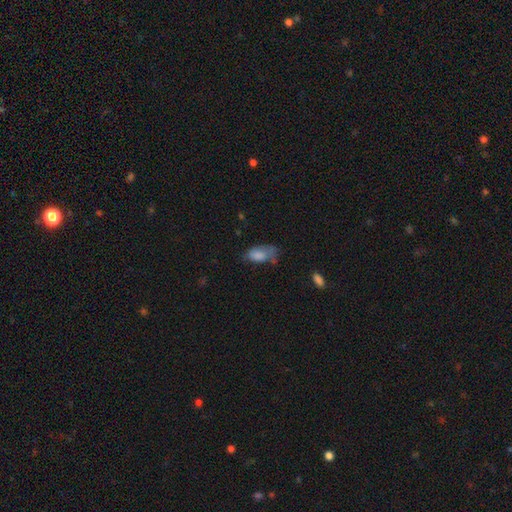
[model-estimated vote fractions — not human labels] Morphology: type=smooth (68%); roundness=in between (89%); merging=none (39%).